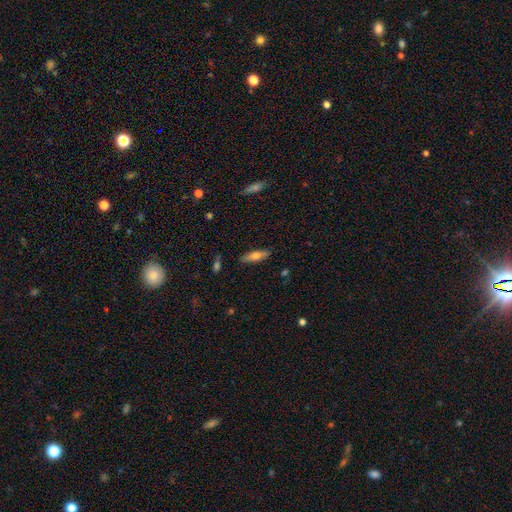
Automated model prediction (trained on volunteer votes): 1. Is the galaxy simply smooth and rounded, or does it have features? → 61% smooth, 32% featured or disk, 7% star or artifact.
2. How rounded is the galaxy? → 57% cigar-shaped, 40% in between, 2% round.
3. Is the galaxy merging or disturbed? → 85% none, 11% minor disturbance, 2% major disturbance, 2% merger.